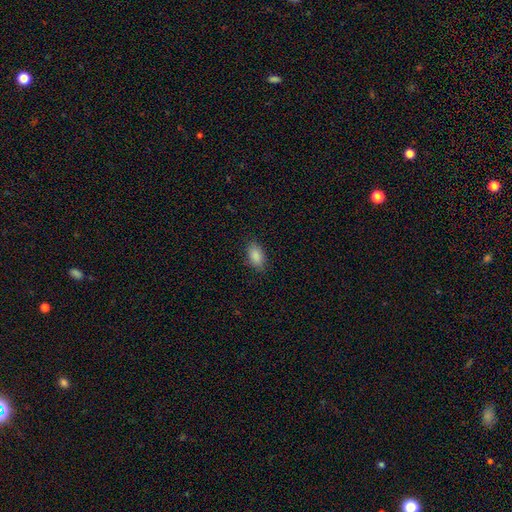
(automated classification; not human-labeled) The model was most divided on "merging": none: 83%, minor disturbance: 13%, major disturbance: 3%, merger: 1%. More confident: how rounded — in between (90%); smooth or featured — smooth (87%).